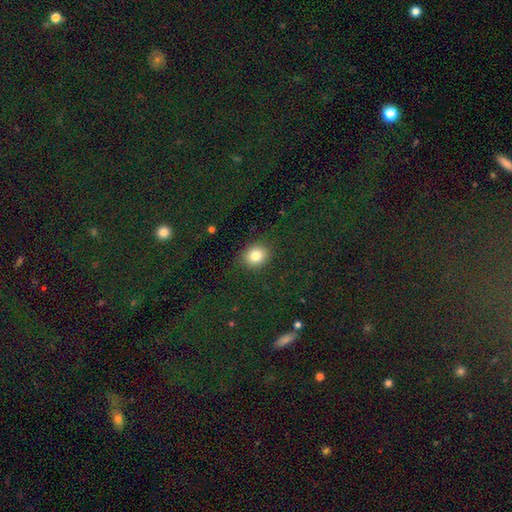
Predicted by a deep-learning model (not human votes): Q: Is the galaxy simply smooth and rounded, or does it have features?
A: smooth — 82%.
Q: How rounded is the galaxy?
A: round — 66%.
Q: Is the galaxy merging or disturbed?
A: none — 88%.